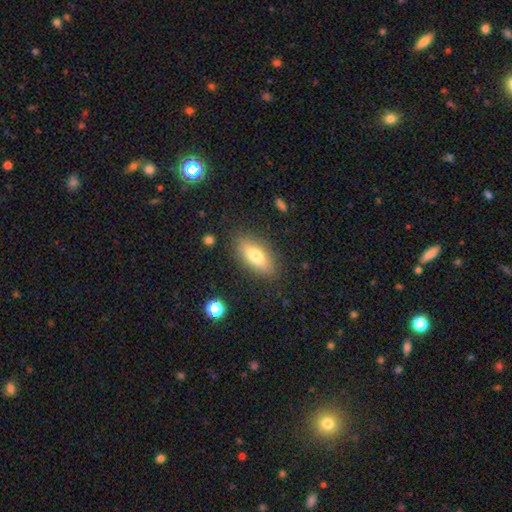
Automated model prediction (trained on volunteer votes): Smooth or featured? Predicted: smooth (p=0.75). How rounded? Predicted: in between (p=0.79). Merging? Predicted: none (p=0.84).